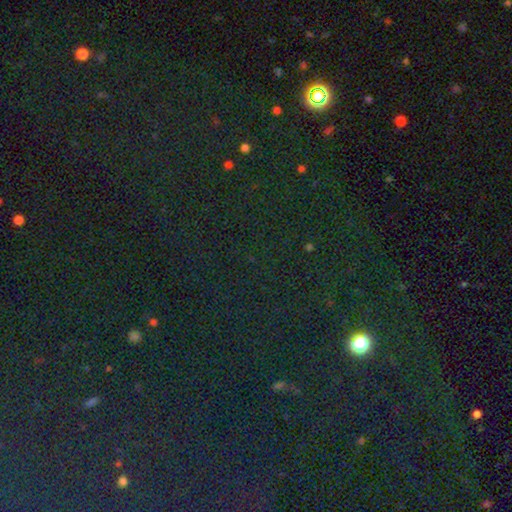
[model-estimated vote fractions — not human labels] smooth-or-featured: star or artifact: 79% | smooth: 14% | featured or disk: 8%